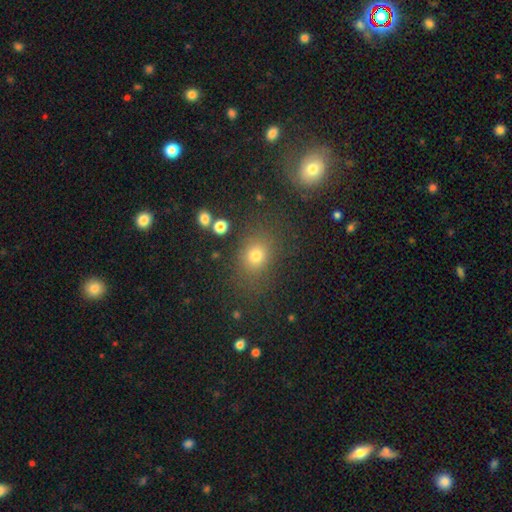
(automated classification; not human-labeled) smooth 72%, star or artifact 19%, featured or disk 9%. Down the decision tree: how rounded — round (59%); merging — none (77%).